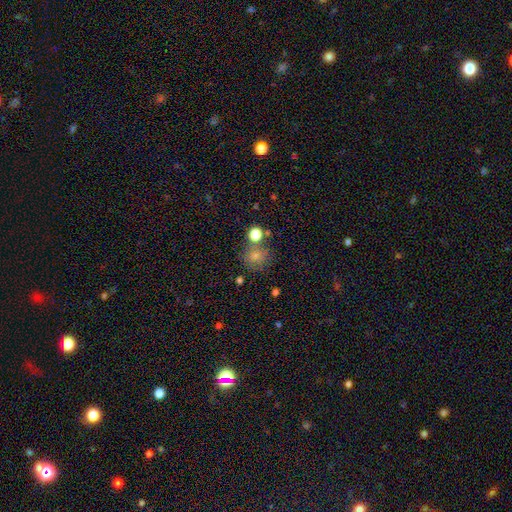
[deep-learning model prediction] smooth-or-featured: smooth: 75% | star or artifact: 15% | featured or disk: 10%
  how-rounded: round: 86% | in between: 13% | cigar-shaped: 1%
  merging: none: 66% | merger: 17% | minor disturbance: 12% | major disturbance: 5%